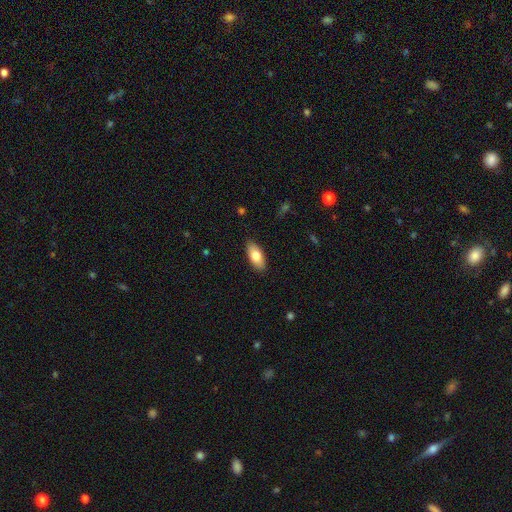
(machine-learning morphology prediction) Smooth or featured?
  - smooth: 78% *
  - featured or disk: 16%
  - star or artifact: 6%
How rounded?
  - in between: 87% *
  - cigar-shaped: 10%
  - round: 3%
Merging?
  - none: 88% *
  - minor disturbance: 9%
  - major disturbance: 2%
  - merger: 1%